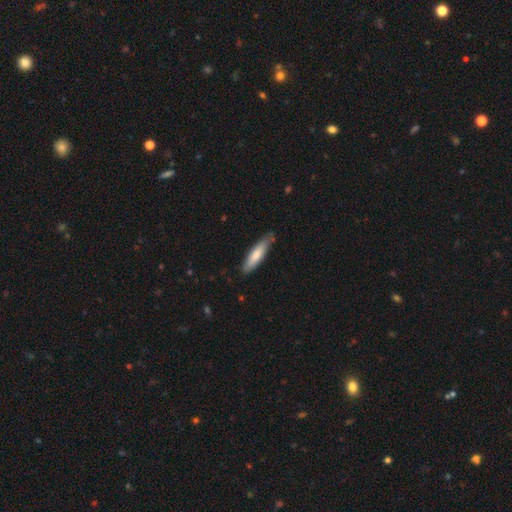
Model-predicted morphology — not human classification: Smooth or featured?
  - smooth: 73% *
  - featured or disk: 22%
  - star or artifact: 5%
How rounded?
  - cigar-shaped: 75% *
  - in between: 24%
  - round: 1%
Merging?
  - none: 77% *
  - minor disturbance: 19%
  - major disturbance: 3%
  - merger: 2%